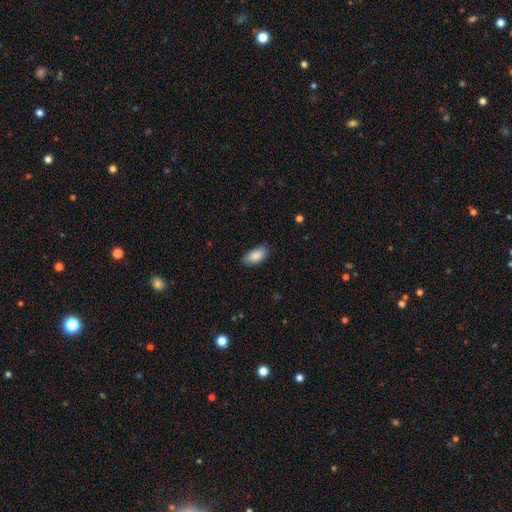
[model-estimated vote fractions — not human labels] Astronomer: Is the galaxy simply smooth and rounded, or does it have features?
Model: smooth — 88%.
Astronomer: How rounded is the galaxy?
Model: in between — 94%.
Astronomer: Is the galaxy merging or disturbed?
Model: none — 82%.